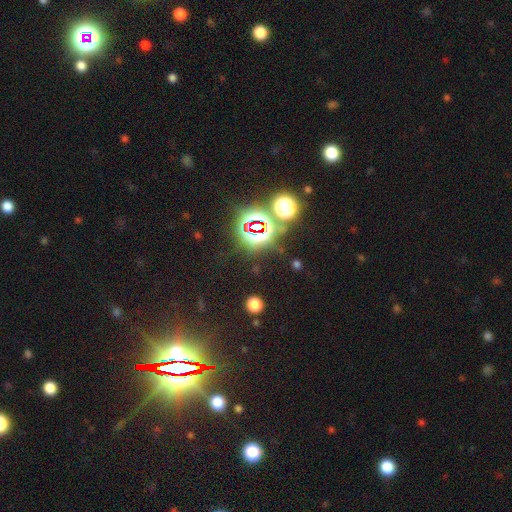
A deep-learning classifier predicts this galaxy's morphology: Overall: star or artifact (83%).